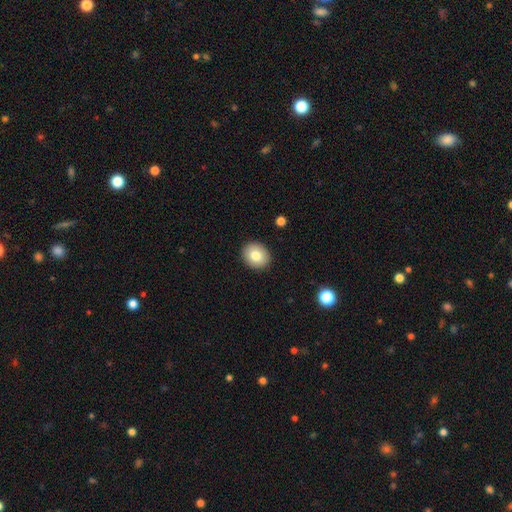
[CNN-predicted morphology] Smooth or featured? smooth (80%)
How rounded? round (61%)
Merging? none (90%)